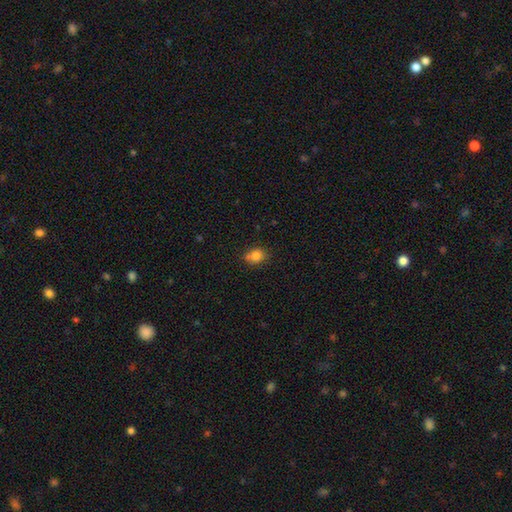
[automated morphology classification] This is clearly a smooth galaxy (82%). How rounded: likely round (60%). Merging: likely none (61%).